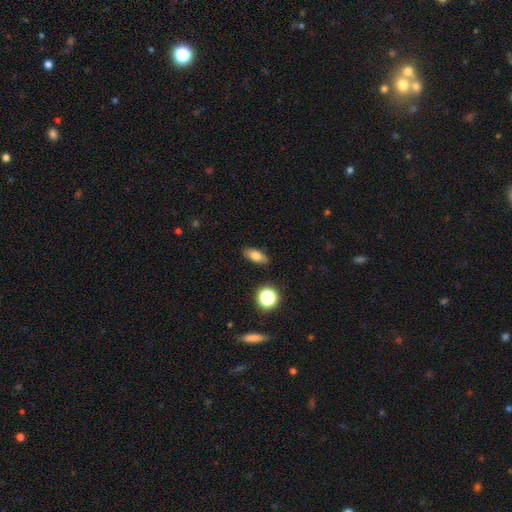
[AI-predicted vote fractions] Smooth or featured? Predicted: smooth (p=0.74). How rounded? Predicted: in between (p=0.77). Merging? Predicted: none (p=0.87).